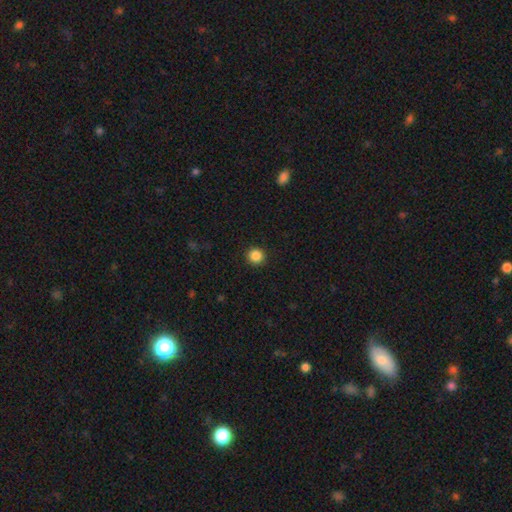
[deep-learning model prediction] A smooth galaxy with no disk features (86%) that is round (95%). Merging: none (93%).